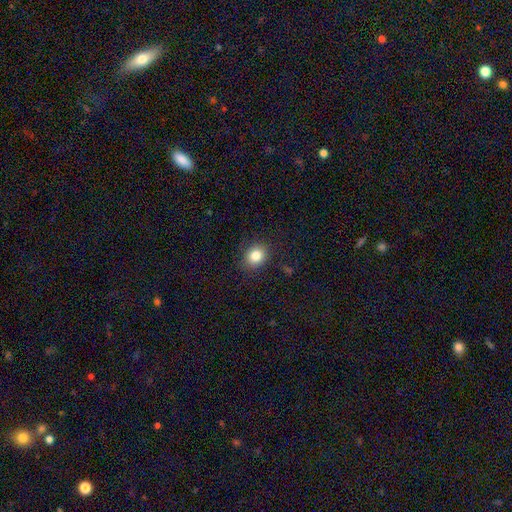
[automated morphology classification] This appears to be a smooth galaxy with no disk features (83%) that is round (62%). Merging: none (87%).